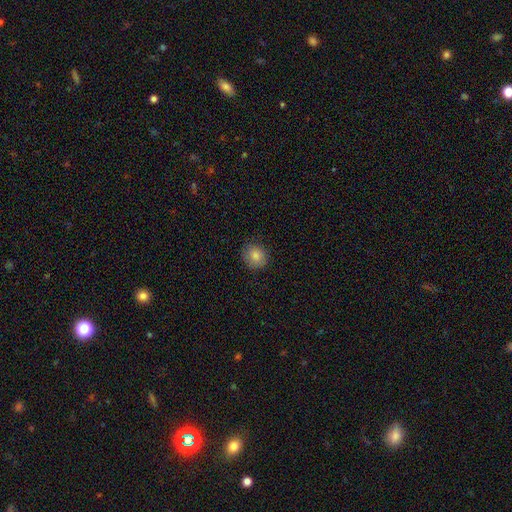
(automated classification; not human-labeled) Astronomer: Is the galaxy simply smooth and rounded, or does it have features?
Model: smooth — 84%.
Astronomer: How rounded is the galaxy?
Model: round — 77%.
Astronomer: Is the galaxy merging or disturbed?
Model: none — 83%.